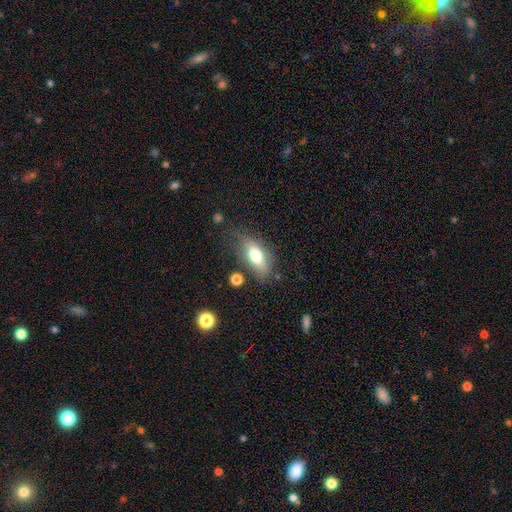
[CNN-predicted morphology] This appears to be a smooth galaxy with no disk features (68%) that is in between round and cigar-shaped (78%). Merging: none (74%).